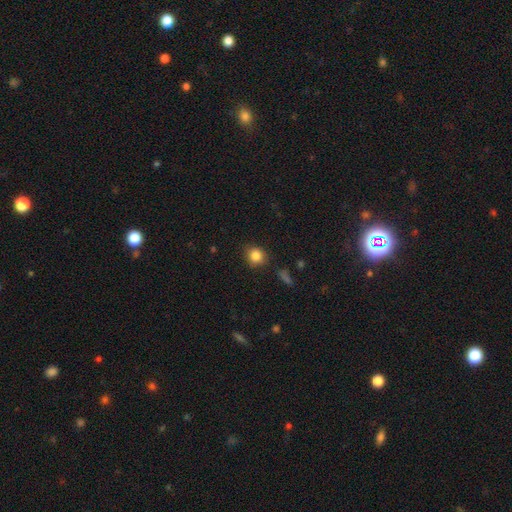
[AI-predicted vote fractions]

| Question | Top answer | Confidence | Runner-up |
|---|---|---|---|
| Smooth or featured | smooth | 84% | star or artifact (10%) |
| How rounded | round | 81% | in between (18%) |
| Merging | none | 84% | minor disturbance (12%) |